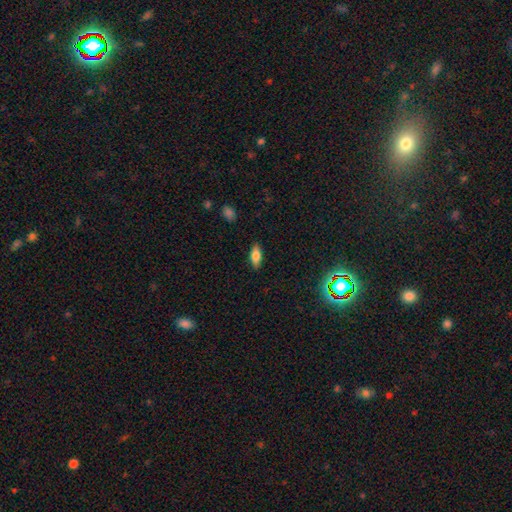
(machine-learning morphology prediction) A smooth galaxy with no disk features (79%) that is in between round and cigar-shaped (80%).

Vote fractions:
- Smooth or featured? smooth: 79% / featured or disk: 13% / star or artifact: 8%
- How rounded? in between: 80% / cigar-shaped: 18% / round: 2%
- Merging? none: 87% / minor disturbance: 10% / major disturbance: 2% / merger: 1%